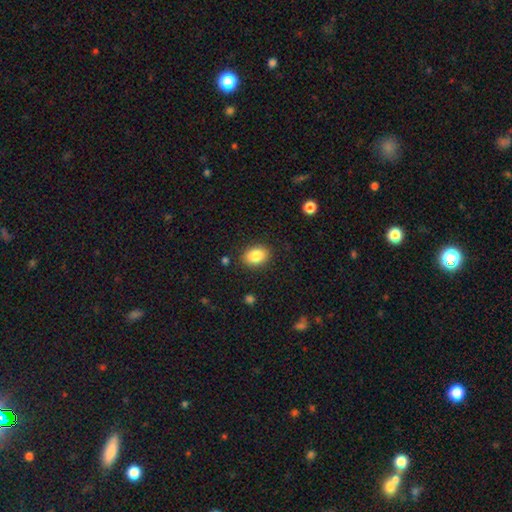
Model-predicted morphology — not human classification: Smooth or featured?
  - smooth: 86% *
  - star or artifact: 8%
  - featured or disk: 6%
How rounded?
  - in between: 74% *
  - round: 25%
  - cigar-shaped: 1%
Merging?
  - none: 87% *
  - minor disturbance: 9%
  - major disturbance: 3%
  - merger: 2%